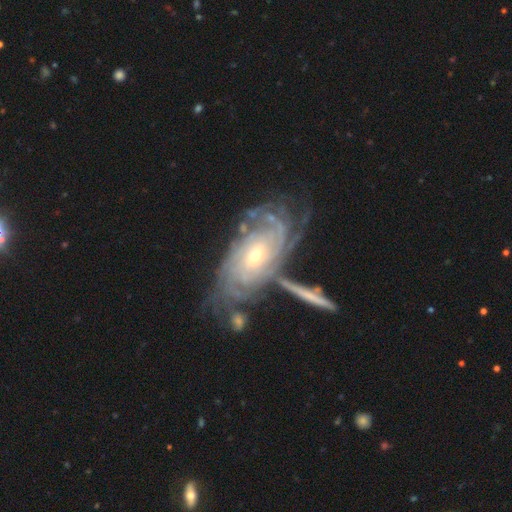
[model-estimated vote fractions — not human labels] This appears to be a featured or disk galaxy (89%) with no bar (65%), tight (78%) spiral arms (97%) and a small central bulge (60%). Merging: none (57%).